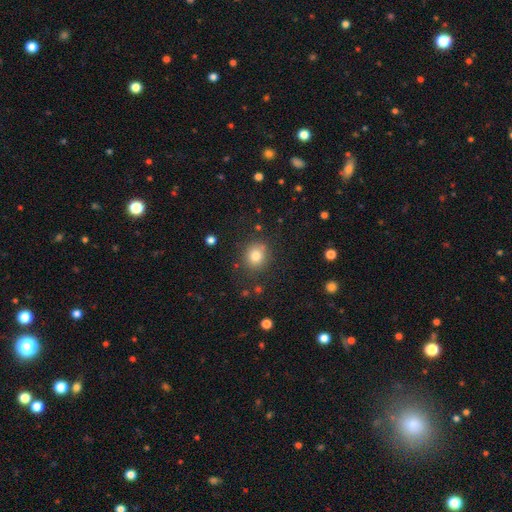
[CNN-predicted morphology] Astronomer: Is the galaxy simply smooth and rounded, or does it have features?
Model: smooth — 80%.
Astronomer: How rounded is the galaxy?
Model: round — 82%.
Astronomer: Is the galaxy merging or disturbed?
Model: none — 82%.